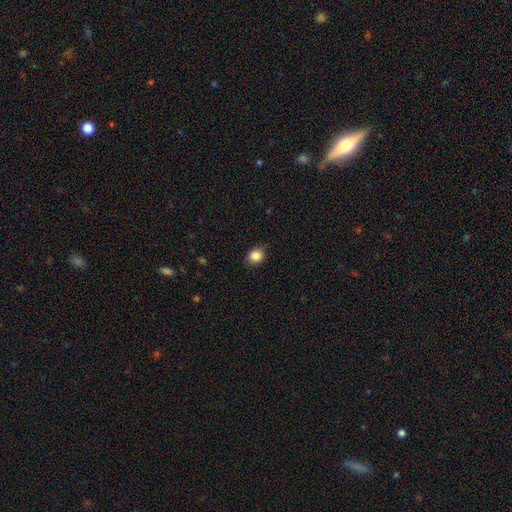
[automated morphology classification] type=smooth (86%); roundness=round (62%); merging=none (84%).